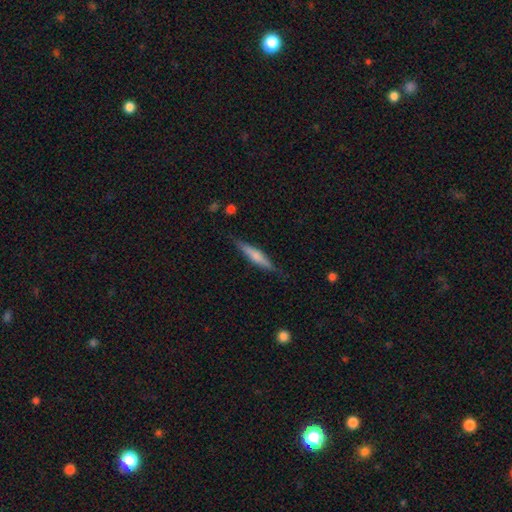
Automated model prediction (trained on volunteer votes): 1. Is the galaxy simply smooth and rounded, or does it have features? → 56% smooth, 38% featured or disk, 6% star or artifact.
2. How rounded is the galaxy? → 88% cigar-shaped, 11% in between, 2% round.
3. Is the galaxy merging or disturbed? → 83% none, 13% minor disturbance, 3% major disturbance, 1% merger.